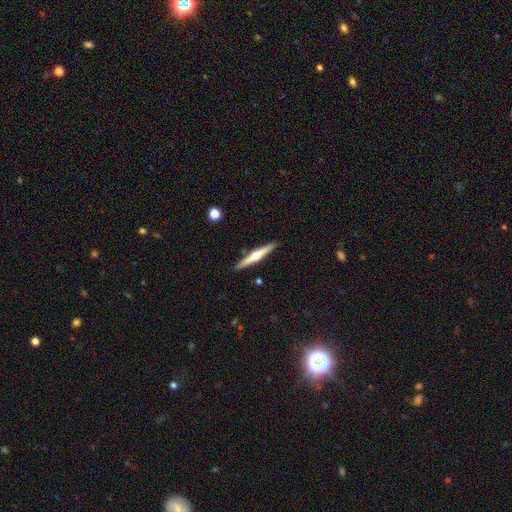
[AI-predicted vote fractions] Smooth or featured? Predicted: featured or disk (p=0.67). Edge-on disk? Predicted: yes (p=0.98). Edge-on bulge? Predicted: rounded (p=0.91). Merging? Predicted: none (p=0.91).